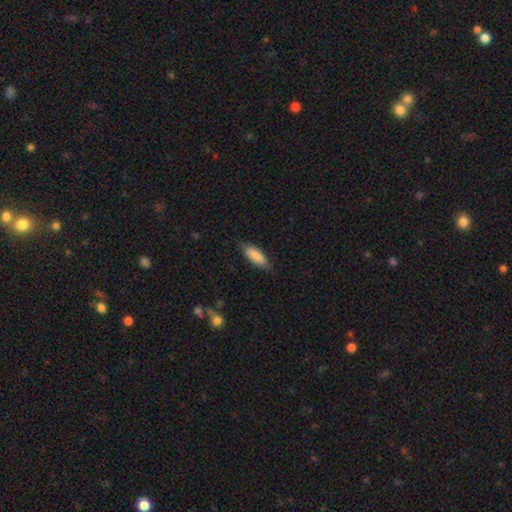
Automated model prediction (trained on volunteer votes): Q: Smooth or featured?
A: smooth (83%); runner-up: featured or disk (11%)
Q: How rounded?
A: in between (68%); runner-up: cigar-shaped (30%)
Q: Merging?
A: none (76%); runner-up: minor disturbance (19%)